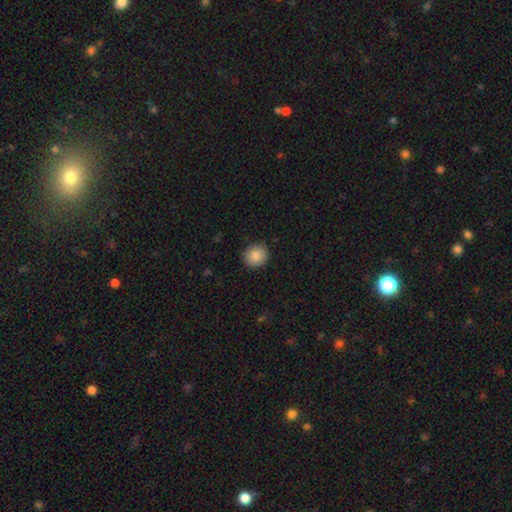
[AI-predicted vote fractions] This is clearly a smooth galaxy (86%). How rounded: clearly round (86%). Merging: clearly none (88%).